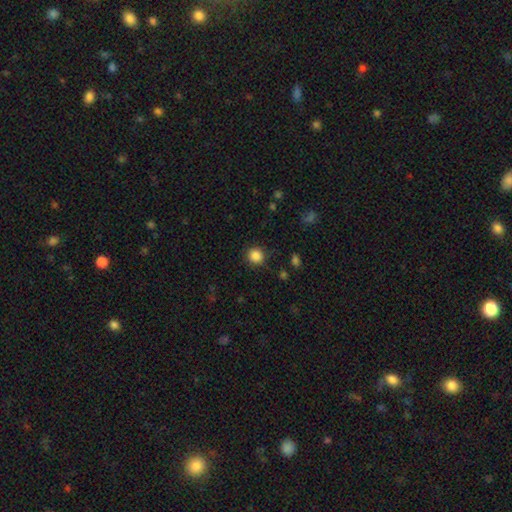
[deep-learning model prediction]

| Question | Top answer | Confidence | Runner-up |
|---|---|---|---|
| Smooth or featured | smooth | 86% | star or artifact (11%) |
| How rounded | round | 91% | in between (8%) |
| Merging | none | 89% | minor disturbance (7%) |